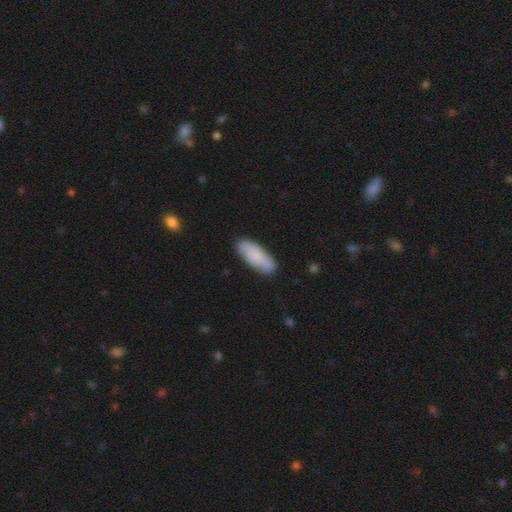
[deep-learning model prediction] Overall: smooth (79%). How rounded: in between (69%). Merging: none (83%).